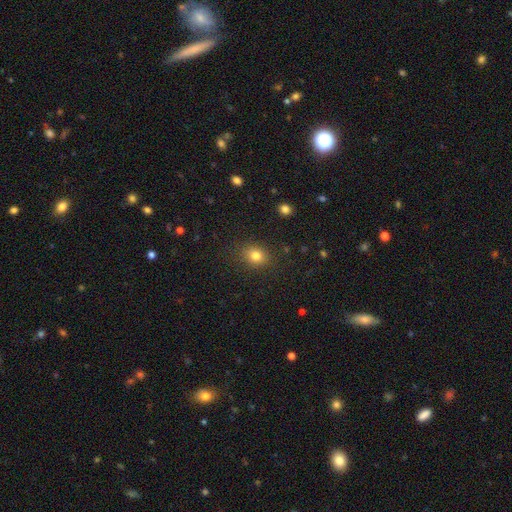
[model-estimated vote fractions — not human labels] This appears to be a smooth galaxy with no disk features (81%) that is round (60%). Merging: none (86%).